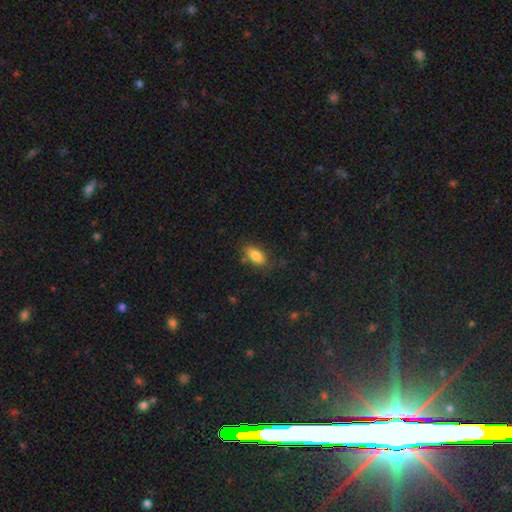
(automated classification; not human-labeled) Overall: smooth (83%). How rounded: in between (89%). Merging: none (76%).